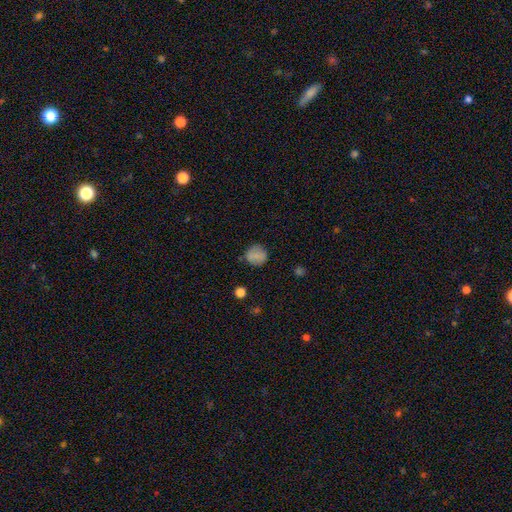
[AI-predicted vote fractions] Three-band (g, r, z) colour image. It shows a smooth galaxy with no disk features (80%) that is round (87%). Merging: none (81%).